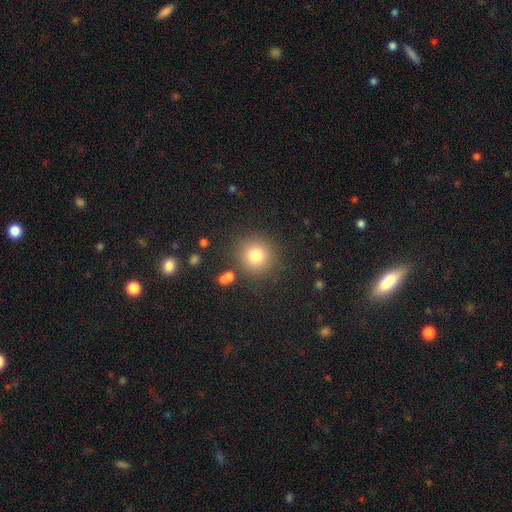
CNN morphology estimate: Smooth or featured: smooth — 78% (star or artifact — 13%)
How rounded: round — 93% (in between — 6%)
Merging: none — 85% (minor disturbance — 8%)